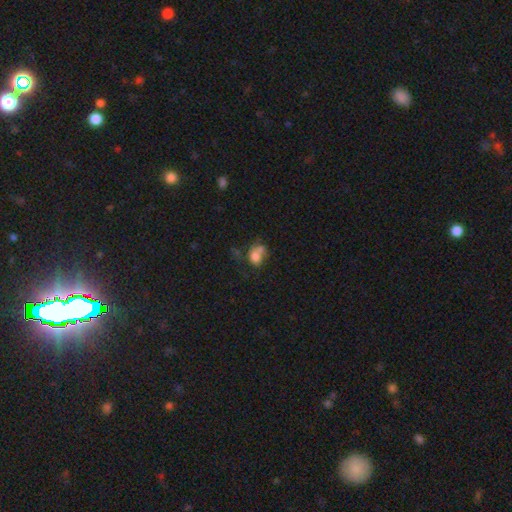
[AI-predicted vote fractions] Smooth or featured?
  - smooth: 70% *
  - featured or disk: 18%
  - star or artifact: 12%
How rounded?
  - in between: 52% *
  - round: 47%
  - cigar-shaped: 1%
Merging?
  - merger: 43% *
  - none: 28%
  - minor disturbance: 15%
  - major disturbance: 14%